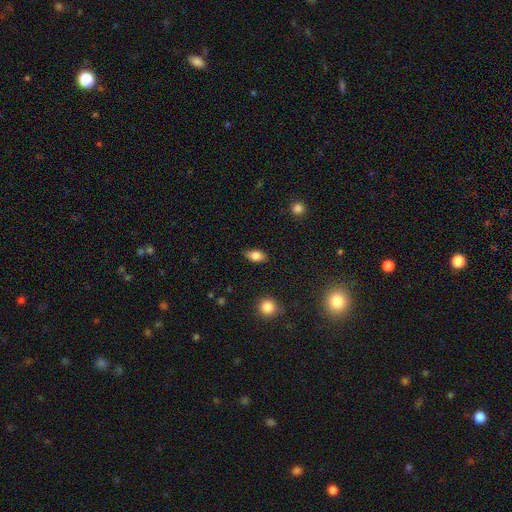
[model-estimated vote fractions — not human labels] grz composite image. It shows a smooth galaxy with no disk features (81%) that is in between round and cigar-shaped (85%). Merging: none (83%).